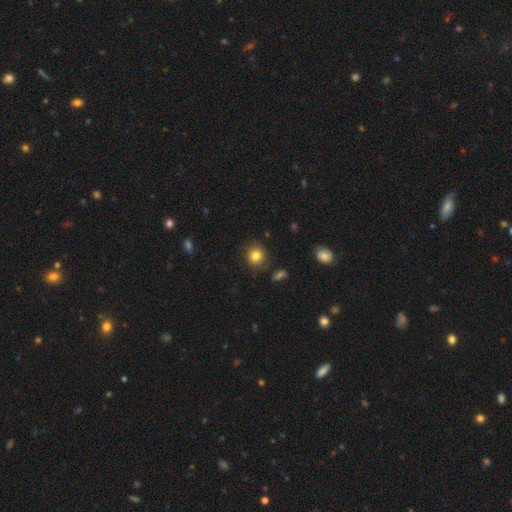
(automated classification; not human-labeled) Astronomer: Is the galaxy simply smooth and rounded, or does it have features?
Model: smooth — 82%.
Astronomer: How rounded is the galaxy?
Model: round — 86%.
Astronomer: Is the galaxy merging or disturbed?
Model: none — 87%.